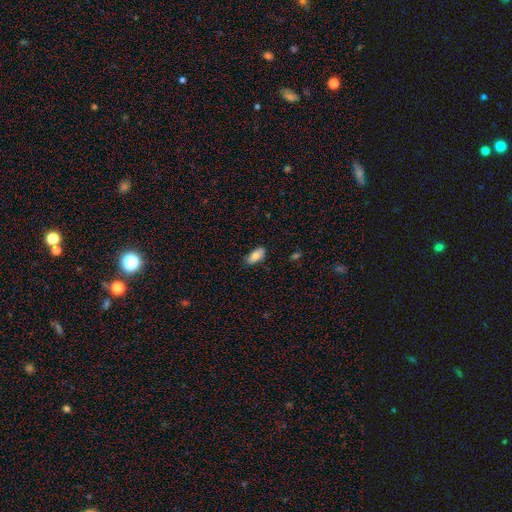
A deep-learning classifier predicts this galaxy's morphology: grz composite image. It shows a smooth galaxy with no disk features (80%) that is in between round and cigar-shaped (89%). Merging: none (79%).